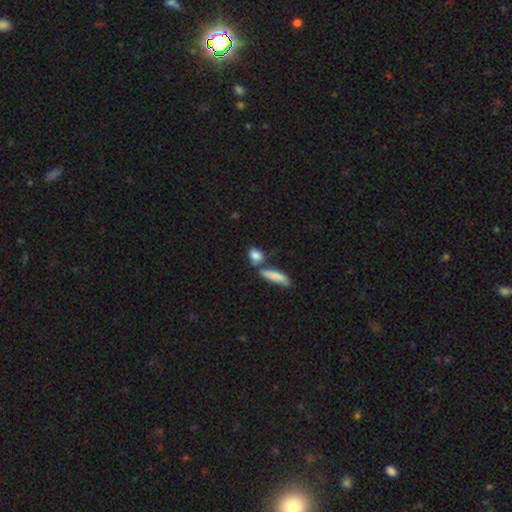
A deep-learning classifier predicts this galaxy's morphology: Smooth or featured?
  - smooth: 82% *
  - featured or disk: 10%
  - star or artifact: 8%
How rounded?
  - in between: 66% *
  - round: 18%
  - cigar-shaped: 16%
Merging?
  - none: 51% *
  - merger: 30%
  - minor disturbance: 14%
  - major disturbance: 5%